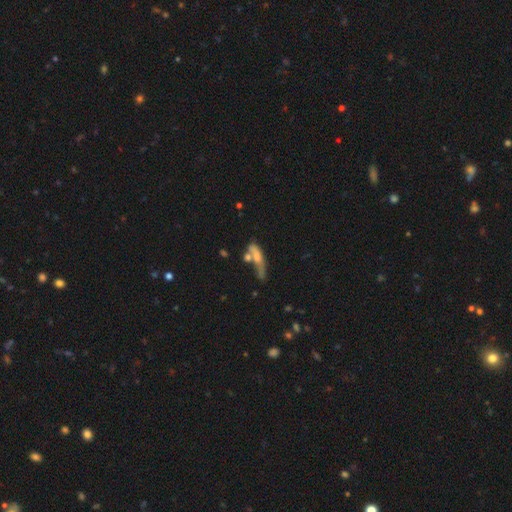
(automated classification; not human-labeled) Smooth or featured: smooth — 52% (featured or disk — 38%)
How rounded: cigar-shaped — 60% (in between — 34%)
Merging: merger — 32% (none — 29%)